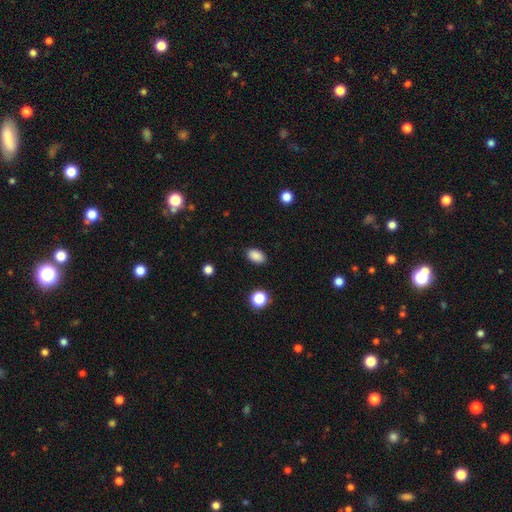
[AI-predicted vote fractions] This appears to be a smooth galaxy with no disk features (87%) that is in between round and cigar-shaped (88%). Merging: none (88%).